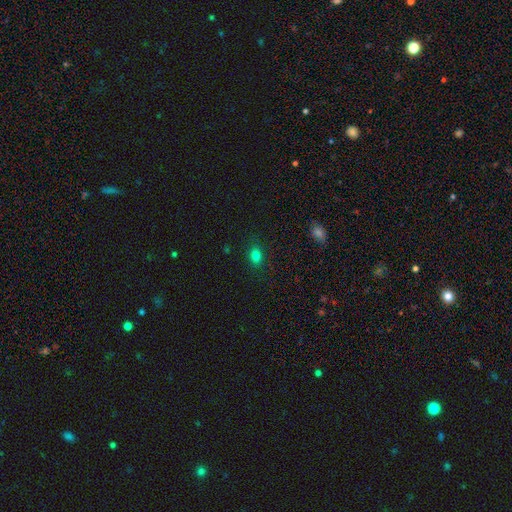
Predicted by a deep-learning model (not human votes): Morphology: type=smooth (81%); roundness=in between (70%); merging=none (86%).